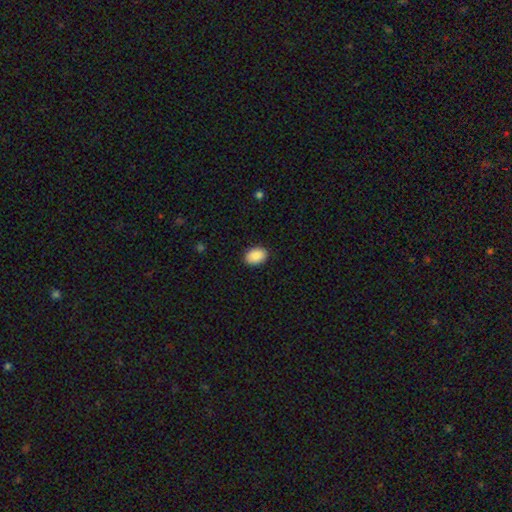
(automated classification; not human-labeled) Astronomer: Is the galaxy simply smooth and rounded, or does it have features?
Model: smooth — 91%.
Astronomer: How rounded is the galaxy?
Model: in between — 83%.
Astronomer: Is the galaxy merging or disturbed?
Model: none — 89%.